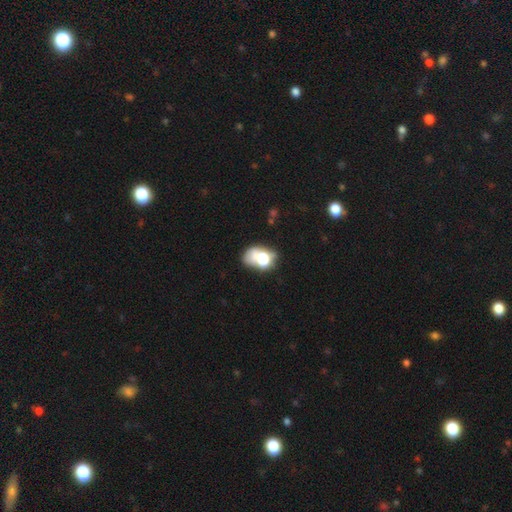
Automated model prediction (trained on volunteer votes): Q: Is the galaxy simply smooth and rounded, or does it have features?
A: smooth — 54%.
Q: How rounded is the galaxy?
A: in between — 64%.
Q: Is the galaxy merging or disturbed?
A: none — 32%.